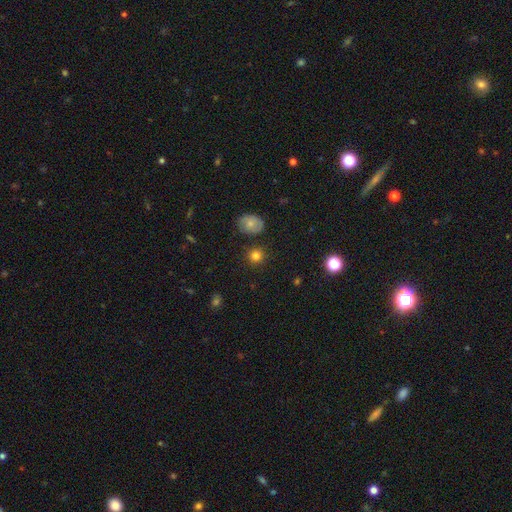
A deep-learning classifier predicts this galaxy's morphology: This is clearly a smooth galaxy (81%). How rounded: clearly round (90%). Merging: clearly none (87%).